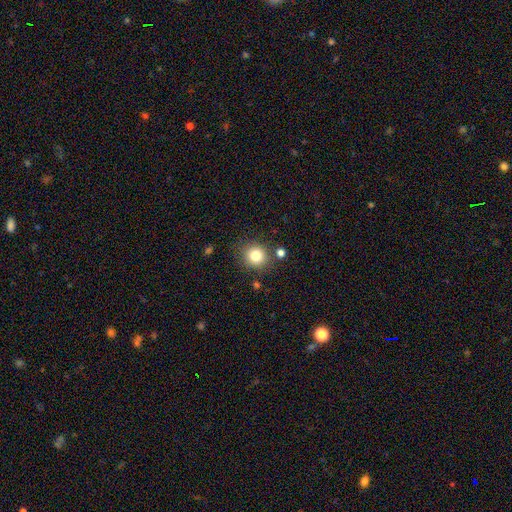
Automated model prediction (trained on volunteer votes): Smooth or featured? Predicted: smooth (p=0.81). How rounded? Predicted: round (p=0.88). Merging? Predicted: none (p=0.82).